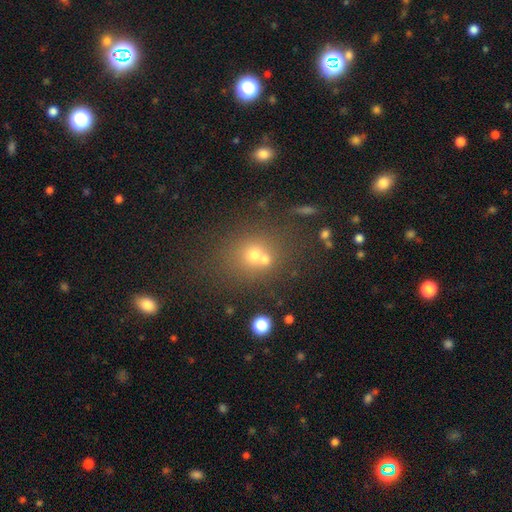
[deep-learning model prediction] smooth_or_featured: smooth (p=0.63) [alt: star or artifact p=0.20]
how_rounded: round (p=0.77) [alt: in between p=0.22]
merging: none (p=0.50) [alt: merger p=0.37]